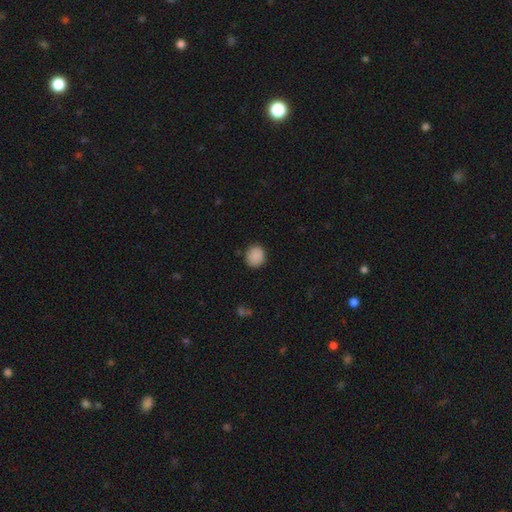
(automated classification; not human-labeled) Q: Smooth or featured?
A: smooth (89%); runner-up: star or artifact (9%)
Q: How rounded?
A: round (82%); runner-up: in between (17%)
Q: Merging?
A: none (88%); runner-up: minor disturbance (9%)